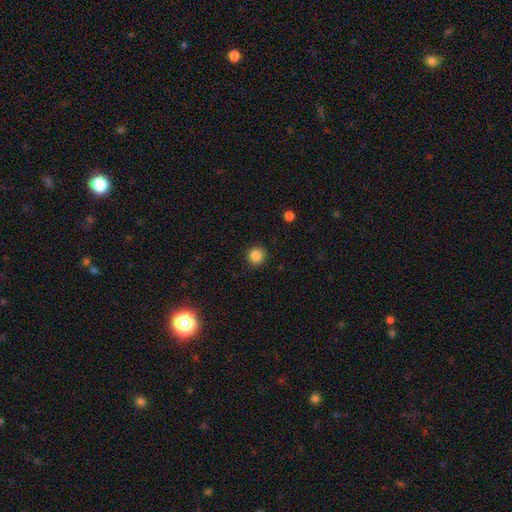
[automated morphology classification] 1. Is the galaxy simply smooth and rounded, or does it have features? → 86% smooth, 10% star or artifact, 3% featured or disk.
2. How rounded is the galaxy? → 92% round, 7% in between, 1% cigar-shaped.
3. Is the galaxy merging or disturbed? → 91% none, 6% minor disturbance, 2% major disturbance, 1% merger.